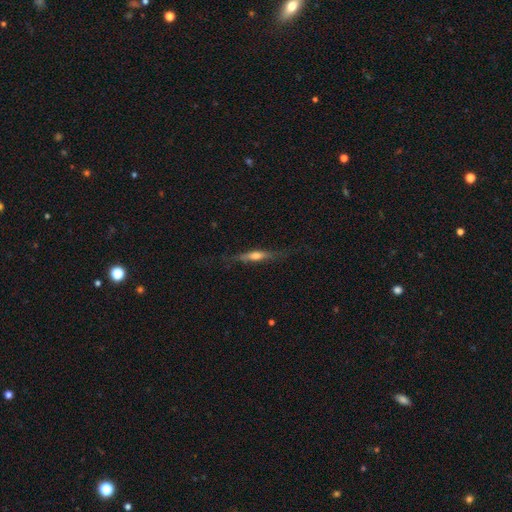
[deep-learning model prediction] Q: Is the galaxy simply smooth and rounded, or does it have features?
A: featured or disk — 56%.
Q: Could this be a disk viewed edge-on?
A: yes — 93%.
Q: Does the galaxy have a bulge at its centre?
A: rounded — 80%.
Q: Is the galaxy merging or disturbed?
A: none — 74%.